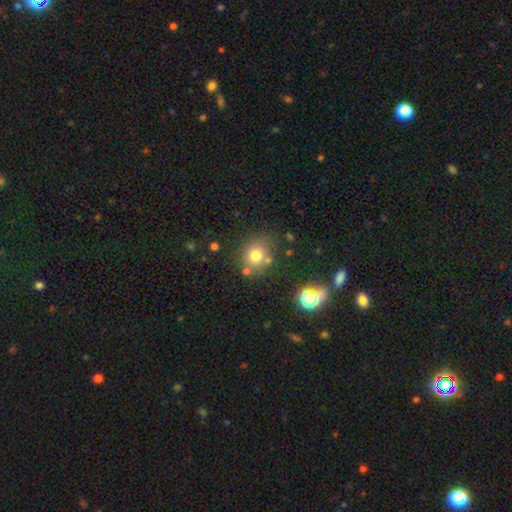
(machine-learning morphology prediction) Overall: smooth (75%). How rounded: round (74%). Merging: none (74%).